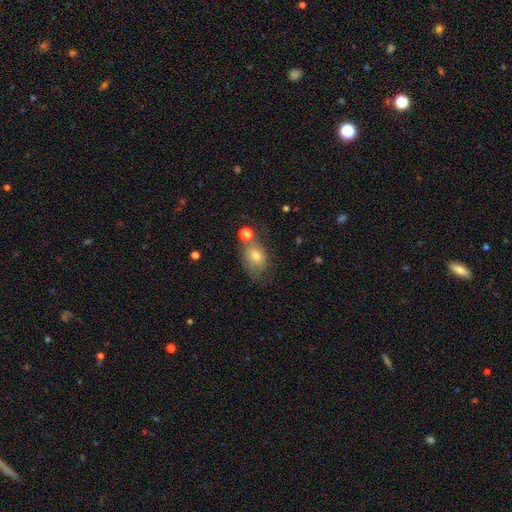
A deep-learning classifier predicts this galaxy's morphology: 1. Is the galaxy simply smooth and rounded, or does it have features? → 61% smooth, 25% featured or disk, 13% star or artifact.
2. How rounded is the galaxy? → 70% in between, 28% round, 2% cigar-shaped.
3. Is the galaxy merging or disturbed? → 50% none, 24% minor disturbance, 13% major disturbance, 13% merger.